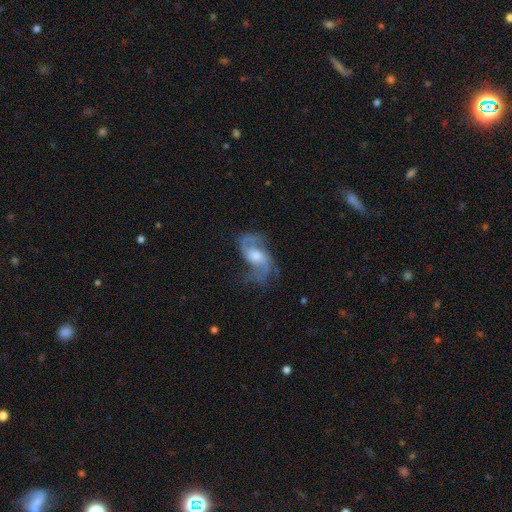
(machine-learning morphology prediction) This is clearly a featured or disk galaxy (80%). It is clearly not viewed edge-on (96%). Bar: possibly no (54%). Spiral arm pattern: clearly yes (92%). Spiral arm count: likely 2 (78%). Spiral winding: marginally medium (44%). Central bulge: possibly moderate (52%). Merging: possibly none (56%).